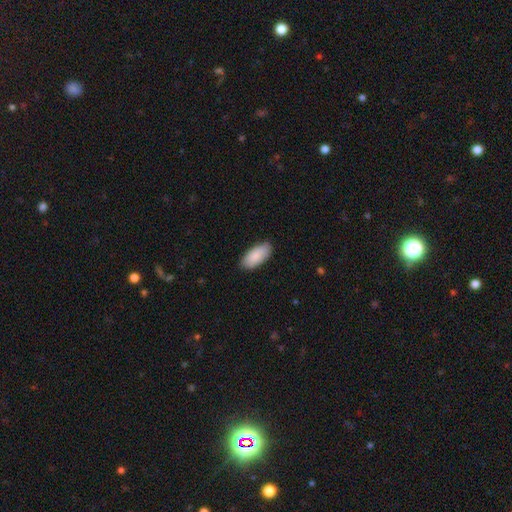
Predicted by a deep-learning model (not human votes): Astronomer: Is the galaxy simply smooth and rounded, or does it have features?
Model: smooth — 89%.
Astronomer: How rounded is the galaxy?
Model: in between — 91%.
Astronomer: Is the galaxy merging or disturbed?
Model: none — 86%.